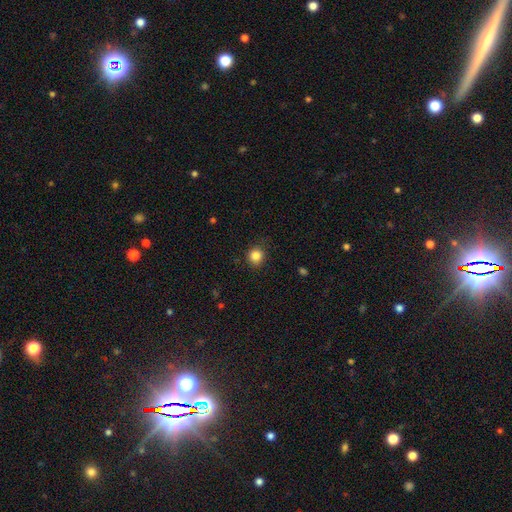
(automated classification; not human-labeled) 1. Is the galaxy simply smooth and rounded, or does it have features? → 85% smooth, 11% star or artifact, 4% featured or disk.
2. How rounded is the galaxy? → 88% round, 11% in between, 1% cigar-shaped.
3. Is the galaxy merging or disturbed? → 87% none, 10% minor disturbance, 3% major disturbance, 1% merger.